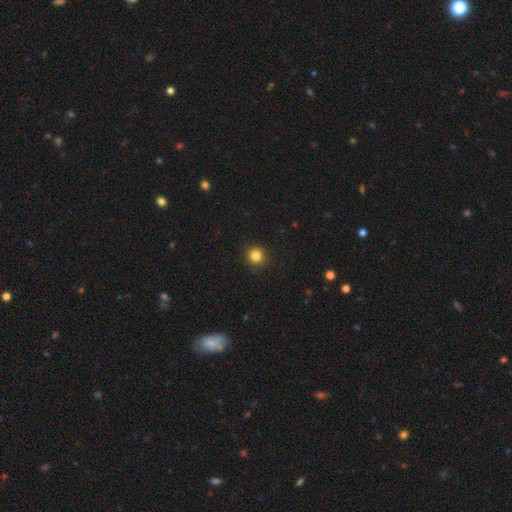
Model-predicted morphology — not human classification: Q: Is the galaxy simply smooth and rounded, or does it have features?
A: smooth — 84%.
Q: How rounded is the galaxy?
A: round — 95%.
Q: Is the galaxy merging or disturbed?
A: none — 92%.